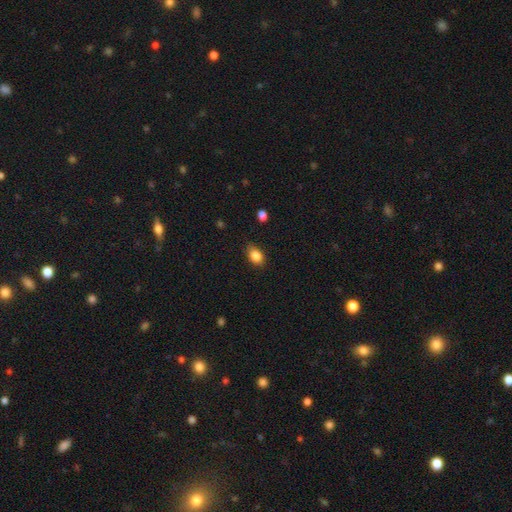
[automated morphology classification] The model was most divided on "how rounded": in between: 76%, round: 22%, cigar-shaped: 2%. More confident: smooth or featured — smooth (86%); merging — none (79%).